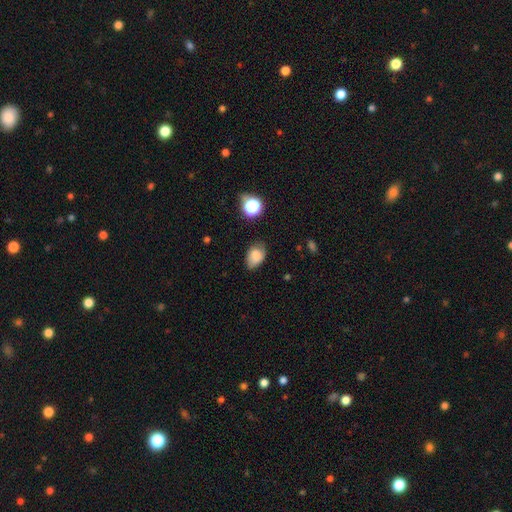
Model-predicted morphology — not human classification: Smooth or featured? Predicted: smooth (p=0.80). How rounded? Predicted: in between (p=0.82). Merging? Predicted: none (p=0.66).